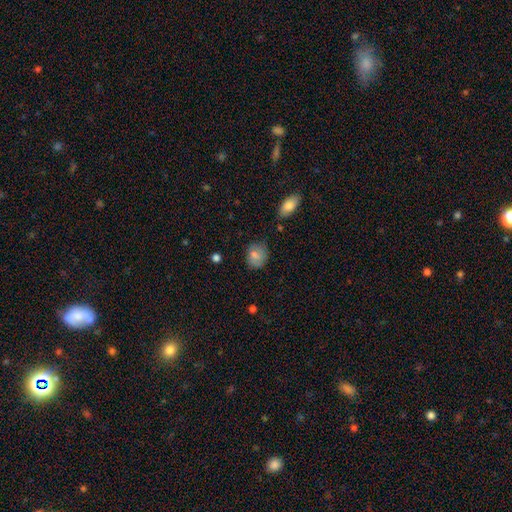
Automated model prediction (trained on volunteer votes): Smooth or featured?
  - smooth: 81% *
  - featured or disk: 11%
  - star or artifact: 8%
How rounded?
  - round: 63% *
  - in between: 36%
  - cigar-shaped: 1%
Merging?
  - none: 75% *
  - minor disturbance: 19%
  - major disturbance: 4%
  - merger: 2%